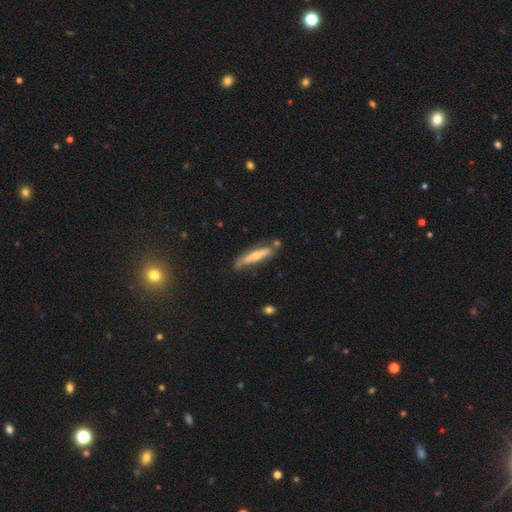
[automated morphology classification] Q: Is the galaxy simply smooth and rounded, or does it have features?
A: featured or disk — 53%.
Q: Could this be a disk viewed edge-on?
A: yes — 77%.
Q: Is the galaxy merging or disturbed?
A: none — 70%.